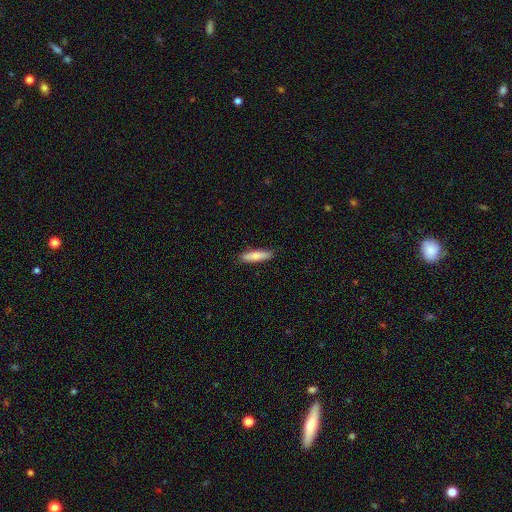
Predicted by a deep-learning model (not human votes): Smooth or featured?
  - smooth: 77% *
  - featured or disk: 17%
  - star or artifact: 6%
How rounded?
  - cigar-shaped: 73% *
  - in between: 26%
  - round: 2%
Merging?
  - none: 89% *
  - minor disturbance: 8%
  - major disturbance: 2%
  - merger: 1%